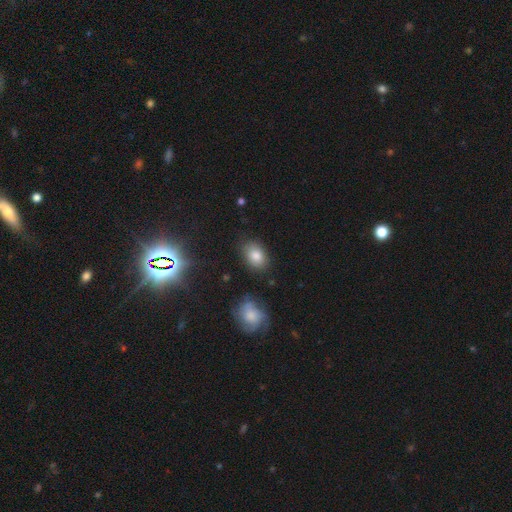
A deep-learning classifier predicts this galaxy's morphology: smooth_or_featured: smooth (p=0.82) [alt: star or artifact p=0.09]
how_rounded: in between (p=0.78) [alt: round p=0.20]
merging: none (p=0.80) [alt: minor disturbance p=0.14]